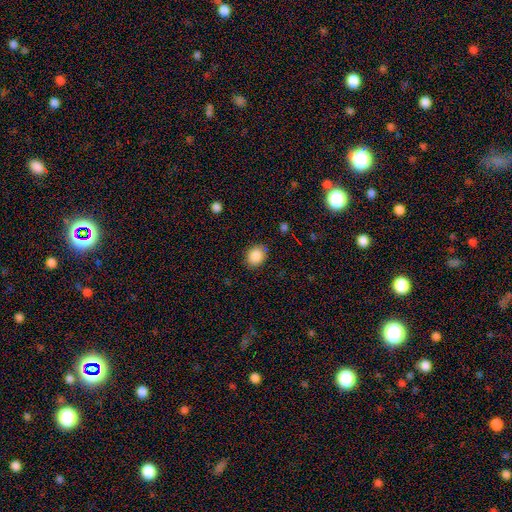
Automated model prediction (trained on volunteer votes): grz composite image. It shows a smooth galaxy with no disk features (87%) that is round (58%). Merging: none (86%).